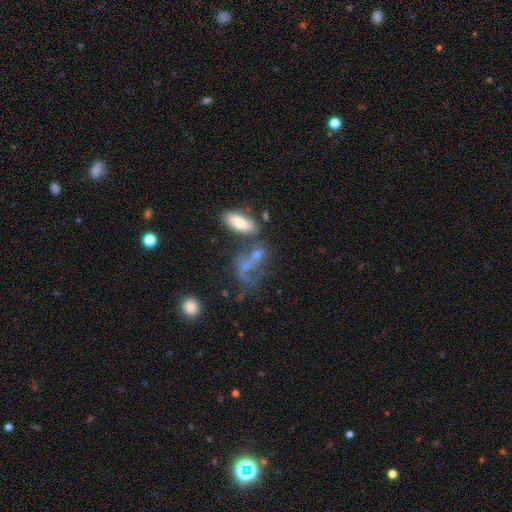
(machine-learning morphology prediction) smooth-or-featured: featured or disk: 41% | smooth: 38% | star or artifact: 20%
  merging: merger: 38% | none: 36% | minor disturbance: 13% | major disturbance: 12%